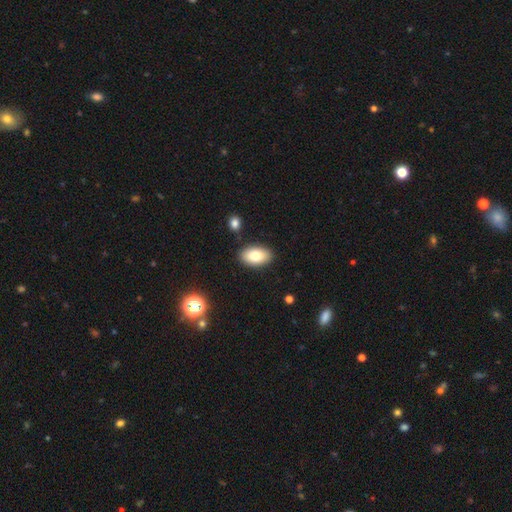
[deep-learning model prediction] smooth 78%, featured or disk 14%, star or artifact 8%. Down the decision tree: how rounded — in between (93%); merging — none (87%).